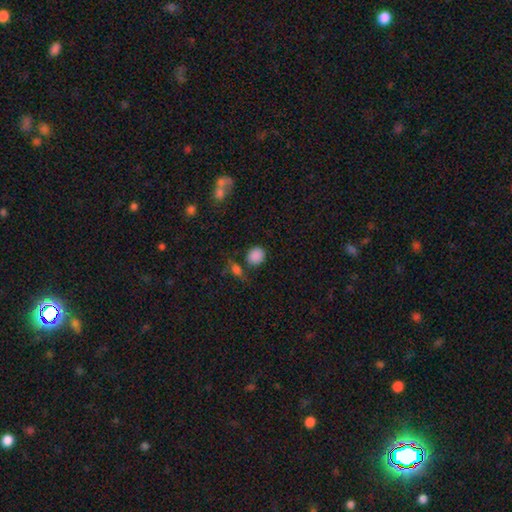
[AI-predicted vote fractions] Overall: smooth (85%). How rounded: round (84%). Merging: none (72%).